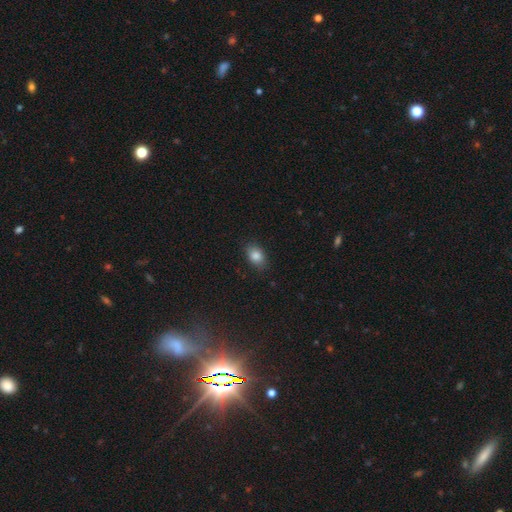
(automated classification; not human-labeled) A smooth galaxy with no disk features (84%) that is in between round and cigar-shaped (82%).

Vote fractions:
- Smooth or featured? smooth: 84% / star or artifact: 9% / featured or disk: 7%
- How rounded? in between: 82% / round: 17% / cigar-shaped: 2%
- Merging? none: 84% / minor disturbance: 13% / major disturbance: 3% / merger: 1%